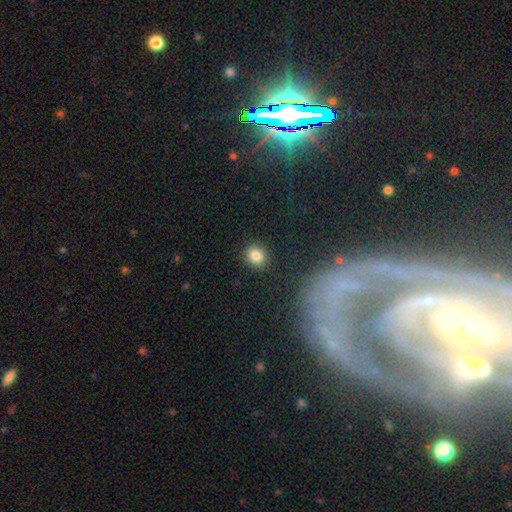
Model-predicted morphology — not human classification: Smooth or featured: smooth — 83% (star or artifact — 11%)
How rounded: round — 80% (in between — 19%)
Merging: none — 90% (minor disturbance — 7%)